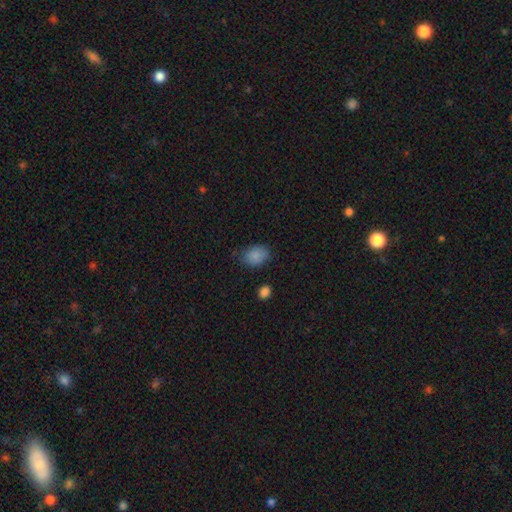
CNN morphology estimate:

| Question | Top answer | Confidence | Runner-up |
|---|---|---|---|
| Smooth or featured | smooth | 86% | star or artifact (9%) |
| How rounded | in between | 69% | round (30%) |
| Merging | none | 74% | minor disturbance (19%) |